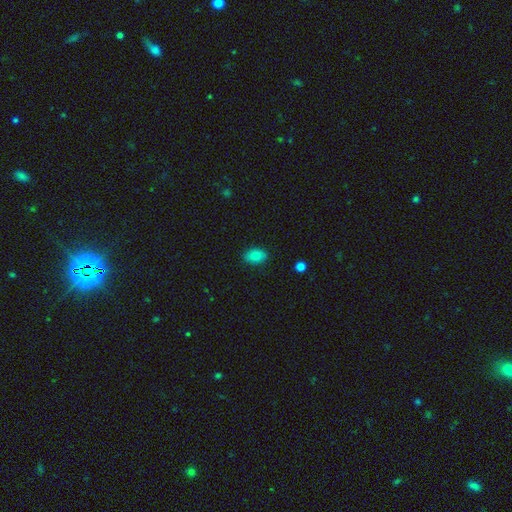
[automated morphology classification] type=smooth (83%); roundness=in between (85%); merging=none (87%).